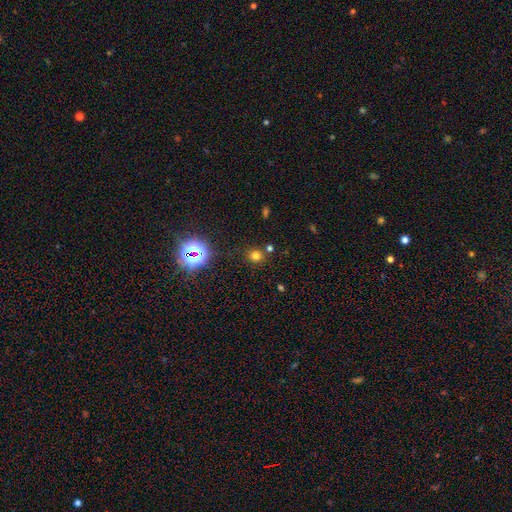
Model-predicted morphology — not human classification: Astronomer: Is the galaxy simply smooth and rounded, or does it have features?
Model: smooth — 68%.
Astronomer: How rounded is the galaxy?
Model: round — 86%.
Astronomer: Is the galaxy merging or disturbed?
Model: none — 79%.